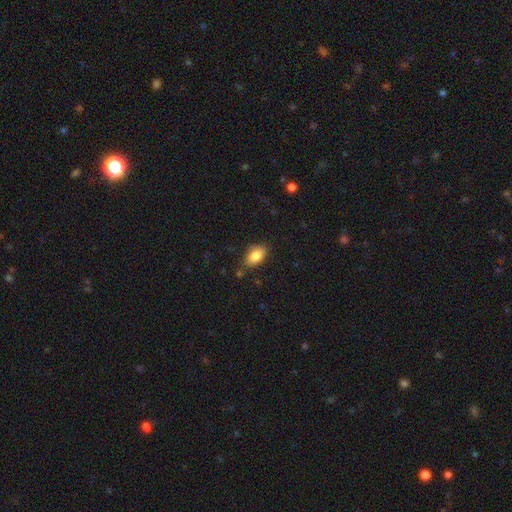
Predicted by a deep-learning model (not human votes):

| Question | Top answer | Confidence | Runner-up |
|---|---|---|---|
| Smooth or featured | smooth | 84% | featured or disk (9%) |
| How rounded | in between | 90% | round (7%) |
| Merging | none | 76% | minor disturbance (18%) |